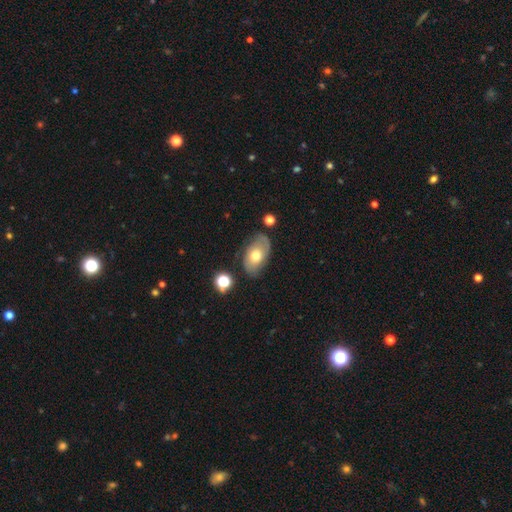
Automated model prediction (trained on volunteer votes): smooth_or_featured: smooth (p=0.53) [alt: featured or disk p=0.39]
how_rounded: in between (p=0.89) [alt: round p=0.10]
merging: none (p=0.71) [alt: minor disturbance p=0.20]